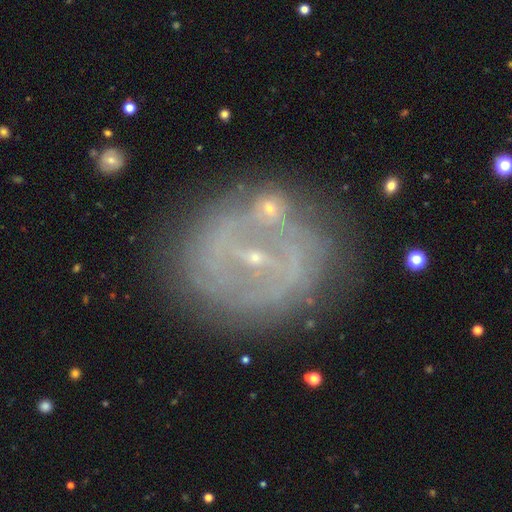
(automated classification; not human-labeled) This is likely a featured or disk galaxy (75%). It is clearly not viewed edge-on (96%). Bar: marginally weak (41%). Spiral arm pattern: likely yes (66%). Central bulge: clearly small (87%). Merging: likely none (75%).